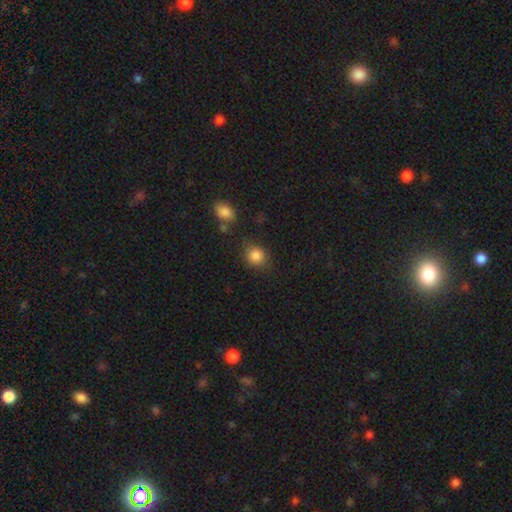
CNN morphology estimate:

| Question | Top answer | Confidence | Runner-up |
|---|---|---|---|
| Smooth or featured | smooth | 86% | star or artifact (10%) |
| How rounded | round | 77% | in between (22%) |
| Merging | none | 75% | minor disturbance (15%) |